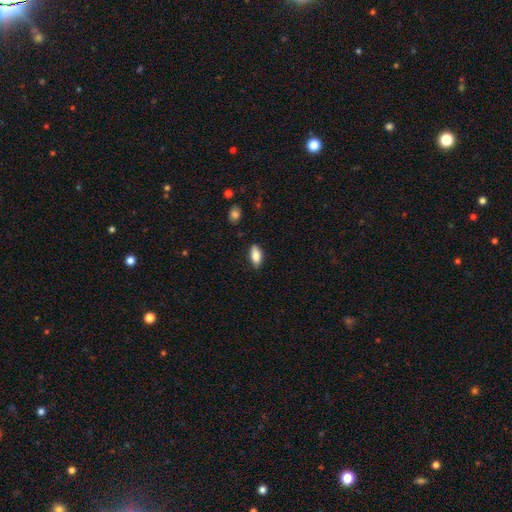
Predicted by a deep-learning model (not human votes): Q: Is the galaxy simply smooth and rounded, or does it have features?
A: smooth — 81%.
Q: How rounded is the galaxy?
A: in between — 85%.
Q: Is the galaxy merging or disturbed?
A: none — 84%.